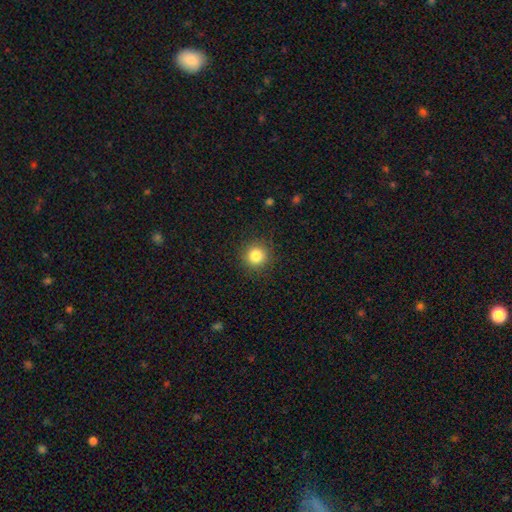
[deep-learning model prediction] This is clearly a smooth galaxy (83%). How rounded: clearly round (94%). Merging: clearly none (89%).